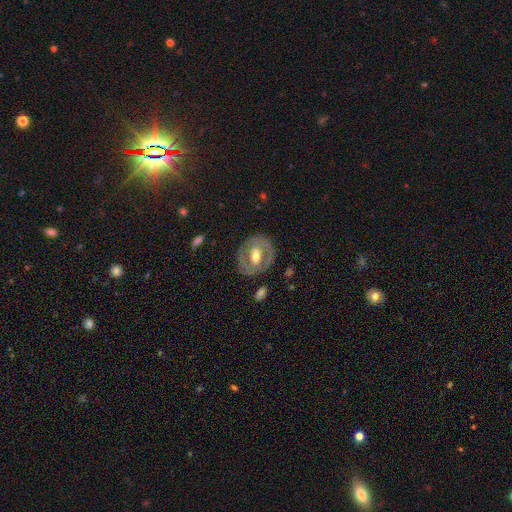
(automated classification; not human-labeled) Morphology: type=featured or disk (69%); edge-on=no (95%); bar=weak (36%, tied with no); spiral arms=no (53%); bulge=moderate (73%); merging=none (81%).